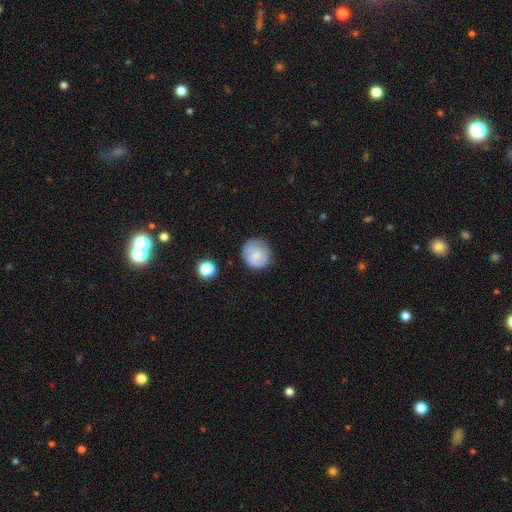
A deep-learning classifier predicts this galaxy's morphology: The model was most divided on "smooth or featured": smooth: 67%, featured or disk: 24%, star or artifact: 8%. More confident: how rounded — round (87%); merging — none (80%).